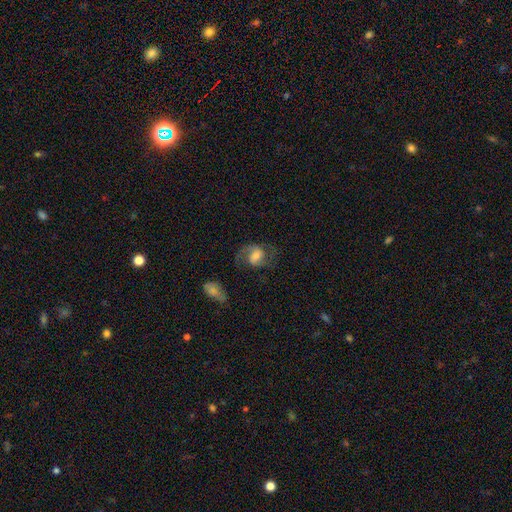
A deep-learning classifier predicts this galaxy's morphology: The model was most divided on "bar": weak: 49%, no: 36%, strong: 16%. Remaining: edge-on disk — no (97%); spiral arms — yes (91%); spiral arm count — 2 (81%); smooth or featured — featured or disk (67%); merging — none (57%); spiral winding — medium (51%); bulge size — moderate (44%).